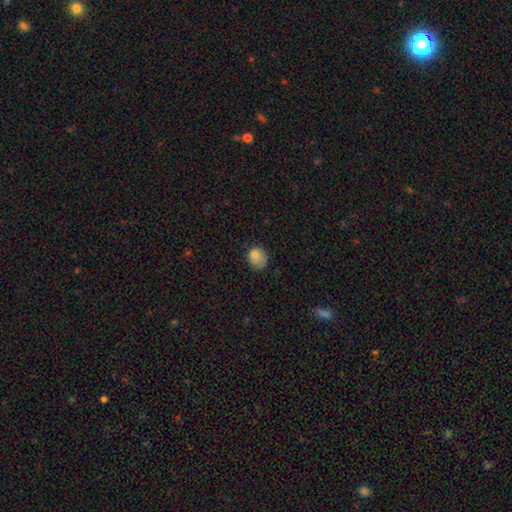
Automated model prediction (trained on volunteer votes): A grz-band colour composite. It shows a smooth galaxy with no disk features (83%) that is round (61%). Merging: none (58%).